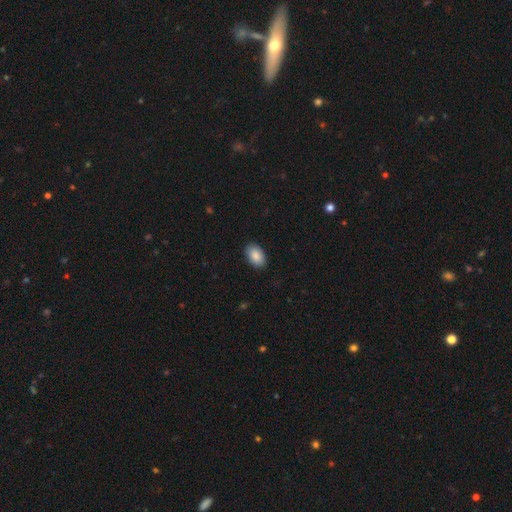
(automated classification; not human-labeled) Smooth or featured? Predicted: smooth (p=0.89). How rounded? Predicted: in between (p=0.91). Merging? Predicted: none (p=0.89).